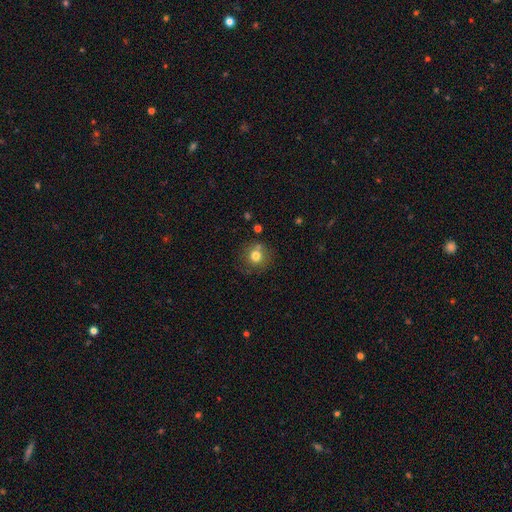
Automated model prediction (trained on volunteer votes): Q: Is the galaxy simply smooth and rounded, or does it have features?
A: smooth — 77%.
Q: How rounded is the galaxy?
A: round — 89%.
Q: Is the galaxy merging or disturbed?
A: none — 75%.